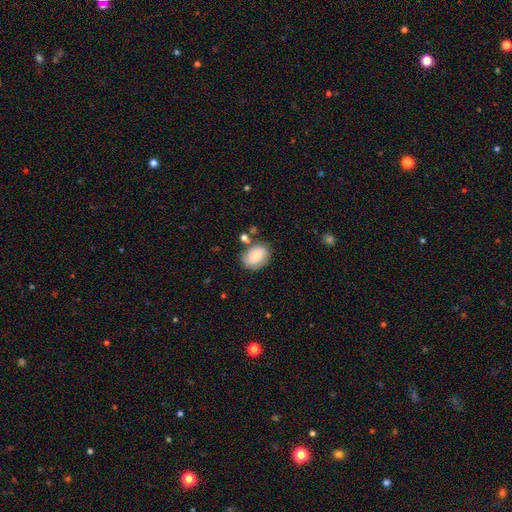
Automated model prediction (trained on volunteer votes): Smooth or featured? Predicted: smooth (p=0.78). How rounded? Predicted: in between (p=0.72). Merging? Predicted: none (p=0.70).